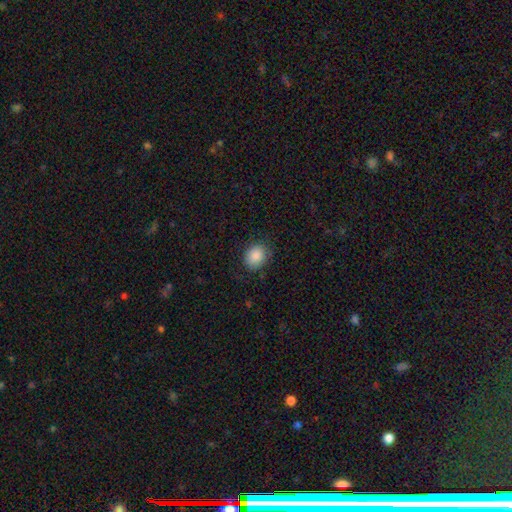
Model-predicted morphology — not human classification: Smooth or featured: smooth — 88% (star or artifact — 8%)
How rounded: round — 58% (in between — 42%)
Merging: none — 81% (minor disturbance — 14%)